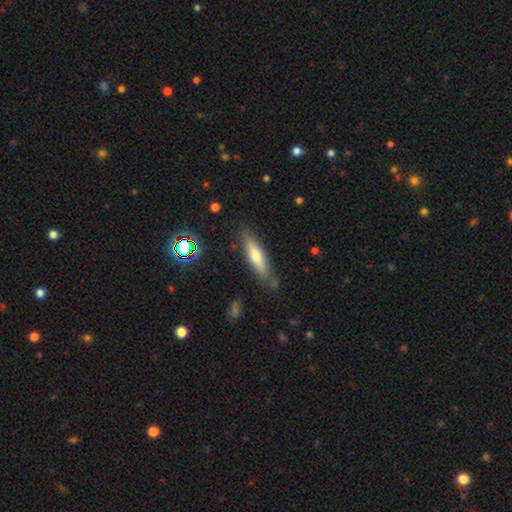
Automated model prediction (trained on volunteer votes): This appears to be a smooth galaxy with no disk features (55%) that is cigar-shaped (79%). Merging: none (82%).